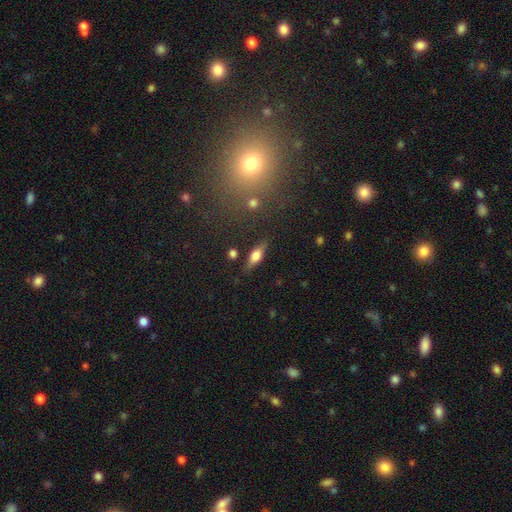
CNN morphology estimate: smooth-or-featured: smooth: 52% | featured or disk: 40% | star or artifact: 8%
  how-rounded: in between: 59% | cigar-shaped: 37% | round: 5%
  merging: none: 83% | minor disturbance: 12% | major disturbance: 3% | merger: 3%